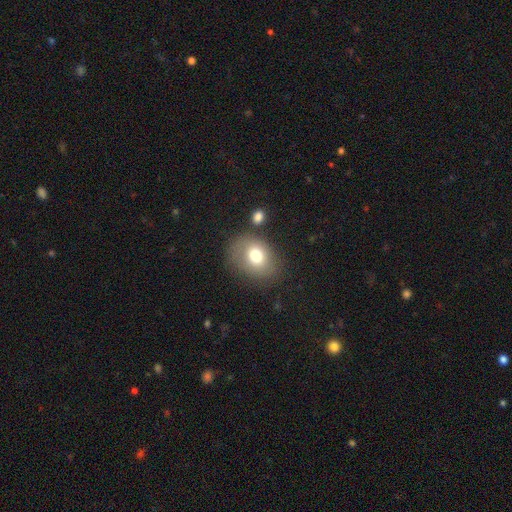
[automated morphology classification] The model was most divided on "how rounded": in between: 54%, round: 45%, cigar-shaped: 1%. More confident: smooth or featured — smooth (74%); merging — none (68%).